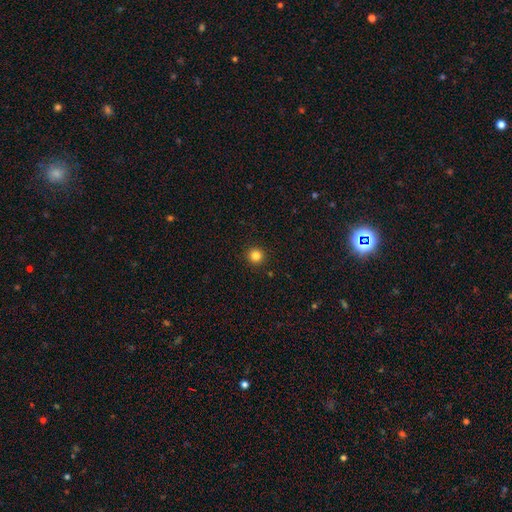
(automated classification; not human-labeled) Smooth or featured: smooth — 84% (star or artifact — 12%)
How rounded: round — 95% (in between — 4%)
Merging: none — 93% (minor disturbance — 4%)